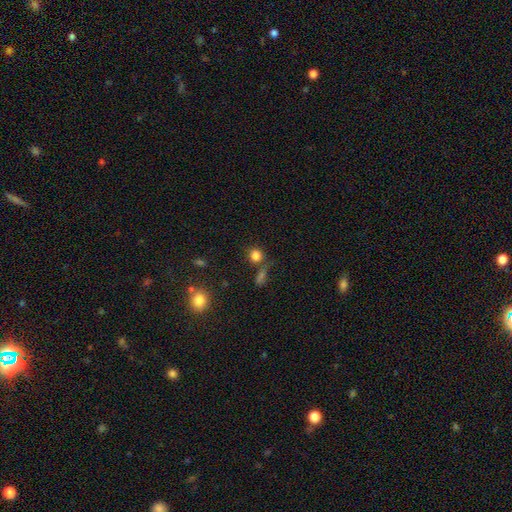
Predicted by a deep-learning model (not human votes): A smooth galaxy with no disk features (79%) that is round (83%).

Vote fractions:
- Smooth or featured? smooth: 79% / star or artifact: 15% / featured or disk: 6%
- How rounded? round: 83% / in between: 16% / cigar-shaped: 2%
- Merging? none: 64% / merger: 19% / minor disturbance: 11% / major disturbance: 6%